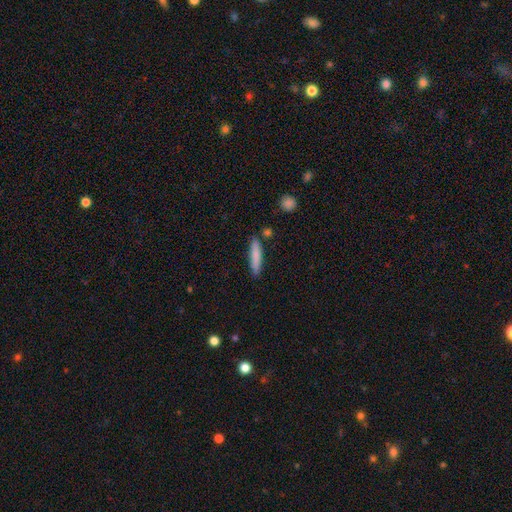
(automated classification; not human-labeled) Overall: smooth (80%). How rounded: cigar-shaped (88%). Merging: none (83%).